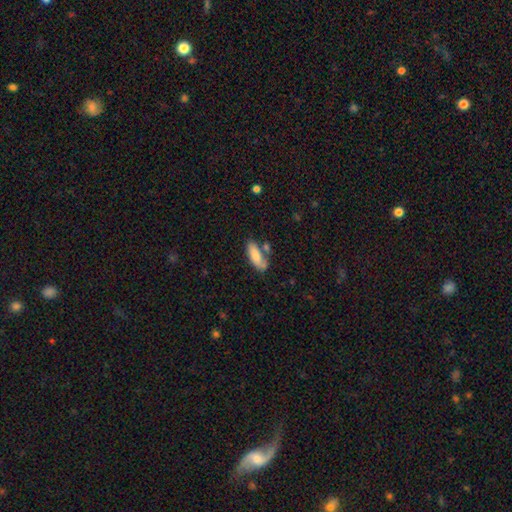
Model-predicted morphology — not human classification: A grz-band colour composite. It shows a smooth galaxy with no disk features (78%) that is in between round and cigar-shaped (71%). Merging: none (55%).